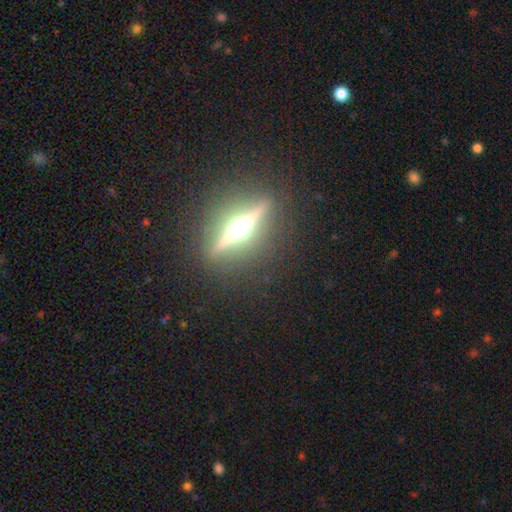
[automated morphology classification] Smooth or featured: featured or disk — 79% (smooth — 11%)
Edge-on disk: yes — 95% (no — 5%)
Edge-on bulge: rounded — 95% (boxy — 3%)
Merging: none — 90% (minor disturbance — 6%)